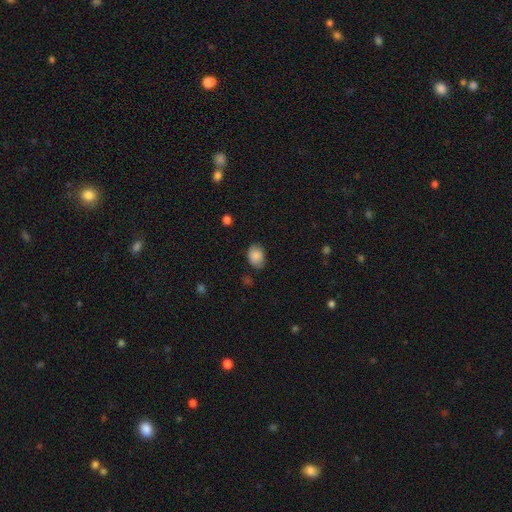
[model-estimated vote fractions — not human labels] smooth-or-featured: smooth: 86% | star or artifact: 8% | featured or disk: 6%
  how-rounded: in between: 73% | round: 26% | cigar-shaped: 1%
  merging: none: 75% | minor disturbance: 19% | major disturbance: 4% | merger: 2%